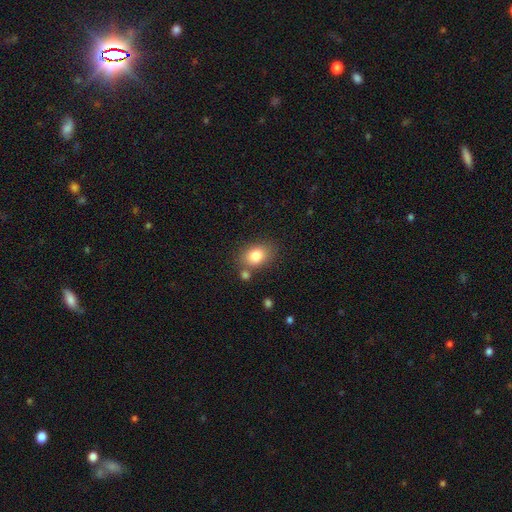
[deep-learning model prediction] smooth-or-featured: smooth: 82% | featured or disk: 9% | star or artifact: 9%
  how-rounded: in between: 73% | round: 26% | cigar-shaped: 1%
  merging: none: 69% | minor disturbance: 14% | merger: 13% | major disturbance: 4%